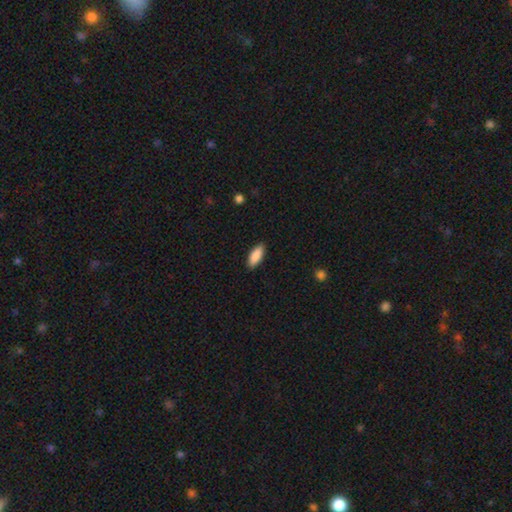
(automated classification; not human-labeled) A smooth galaxy with no disk features (90%) that is in between round and cigar-shaped (80%). Merging: none (89%).